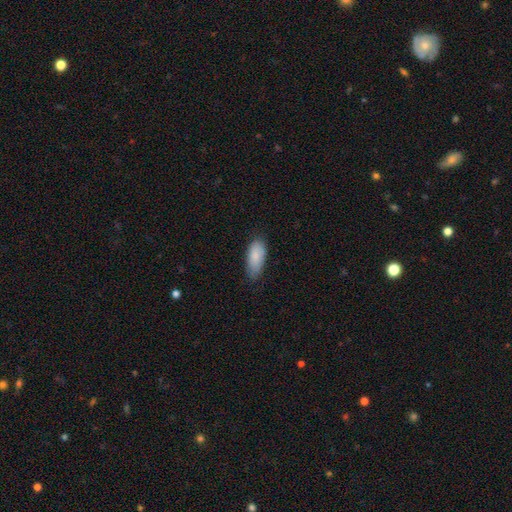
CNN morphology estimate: A smooth galaxy with no disk features (86%) that is in between round and cigar-shaped (88%). Merging: none (68%).